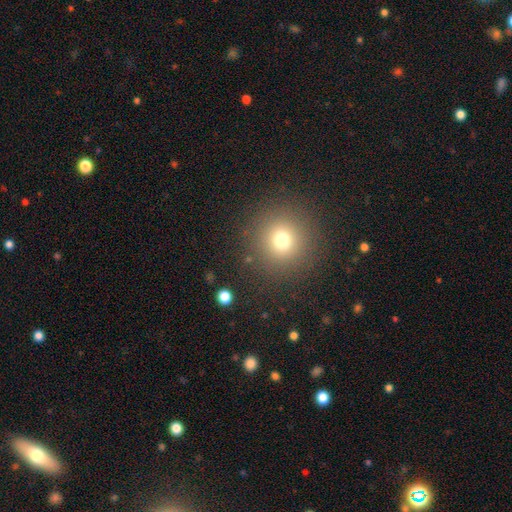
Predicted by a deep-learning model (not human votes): This is likely a smooth galaxy (67%). How rounded: clearly round (95%). Merging: clearly none (92%).